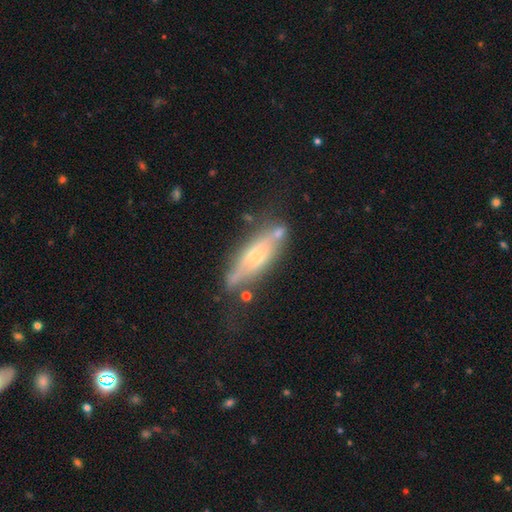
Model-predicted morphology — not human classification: Smooth or featured: featured or disk — 70% (smooth — 23%)
Edge-on disk: yes — 81% (no — 19%)
Edge-on bulge: rounded — 58% (boxy — 25%)
Merging: none — 65% (minor disturbance — 21%)